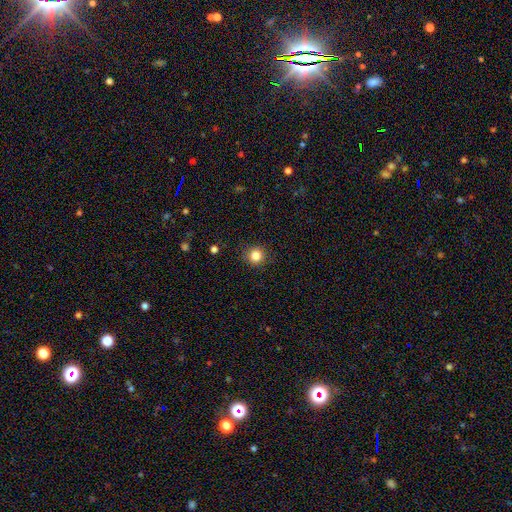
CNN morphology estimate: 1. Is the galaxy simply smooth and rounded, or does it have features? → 84% smooth, 11% star or artifact, 5% featured or disk.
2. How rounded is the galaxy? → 91% round, 8% in between, 1% cigar-shaped.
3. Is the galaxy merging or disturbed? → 89% none, 7% minor disturbance, 2% major disturbance, 1% merger.